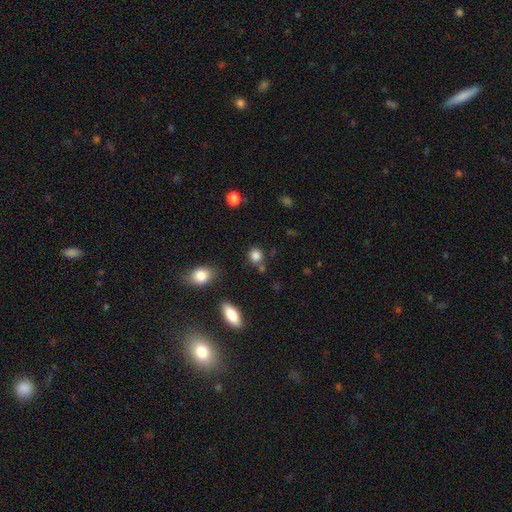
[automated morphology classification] Smooth or featured? Predicted: smooth (p=0.84). How rounded? Predicted: round (p=0.78). Merging? Predicted: none (p=0.73).